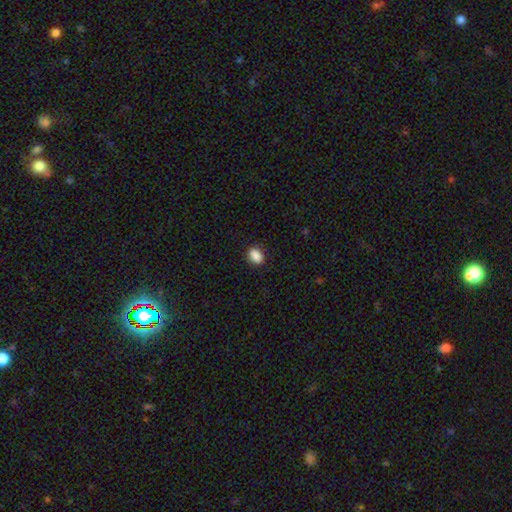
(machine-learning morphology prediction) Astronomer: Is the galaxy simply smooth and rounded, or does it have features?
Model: smooth — 89%.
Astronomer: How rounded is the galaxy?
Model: in between — 77%.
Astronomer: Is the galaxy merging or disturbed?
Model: none — 87%.